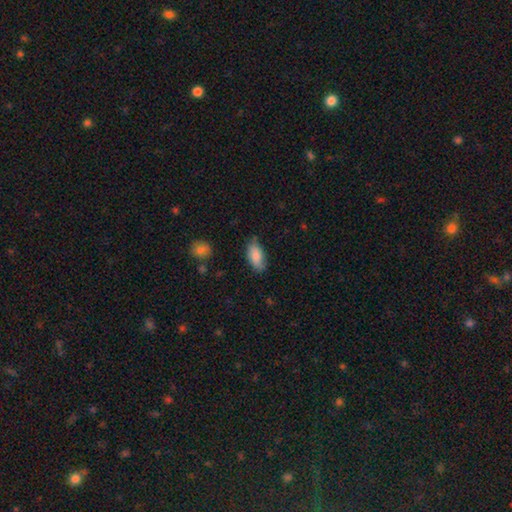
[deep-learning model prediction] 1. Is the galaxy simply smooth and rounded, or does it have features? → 83% smooth, 10% featured or disk, 6% star or artifact.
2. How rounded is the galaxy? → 92% in between, 6% cigar-shaped, 3% round.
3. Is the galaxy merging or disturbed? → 74% none, 20% minor disturbance, 4% major disturbance, 2% merger.